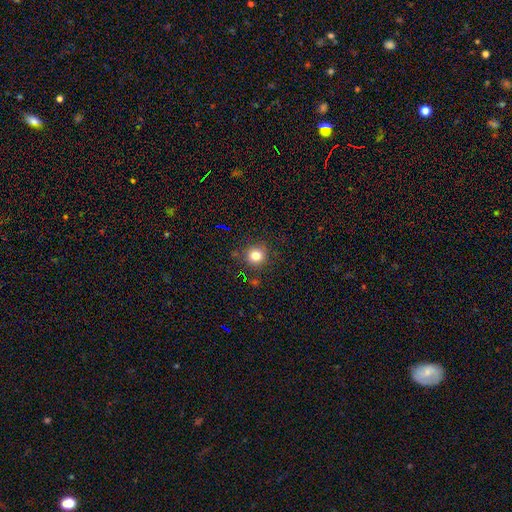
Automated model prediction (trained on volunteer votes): Smooth or featured?
  - smooth: 81% *
  - star or artifact: 13%
  - featured or disk: 6%
How rounded?
  - round: 91% *
  - in between: 9%
  - cigar-shaped: 1%
Merging?
  - none: 87% *
  - minor disturbance: 8%
  - major disturbance: 3%
  - merger: 2%